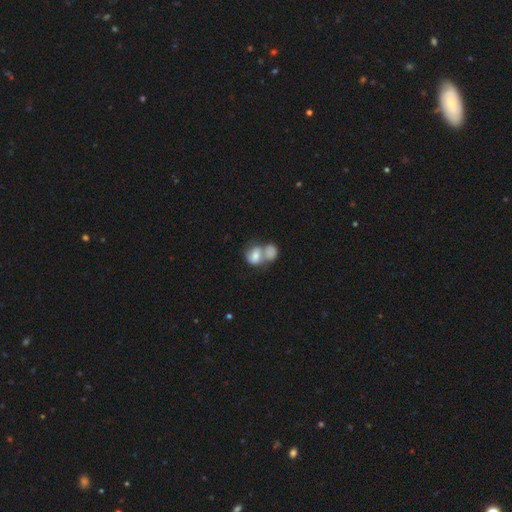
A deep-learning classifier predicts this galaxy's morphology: Smooth or featured? Predicted: smooth (p=0.67). How rounded? Predicted: in between (p=0.65). Merging? Predicted: merger (p=0.68).